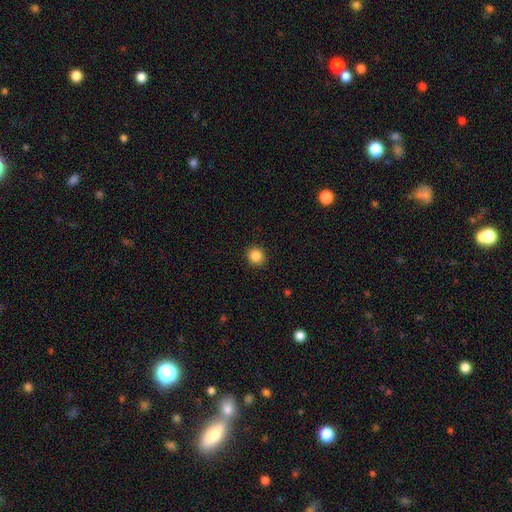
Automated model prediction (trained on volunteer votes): Smooth or featured?
  - smooth: 86% *
  - star or artifact: 11%
  - featured or disk: 4%
How rounded?
  - round: 91% *
  - in between: 8%
  - cigar-shaped: 1%
Merging?
  - none: 92% *
  - minor disturbance: 5%
  - major disturbance: 2%
  - merger: 1%